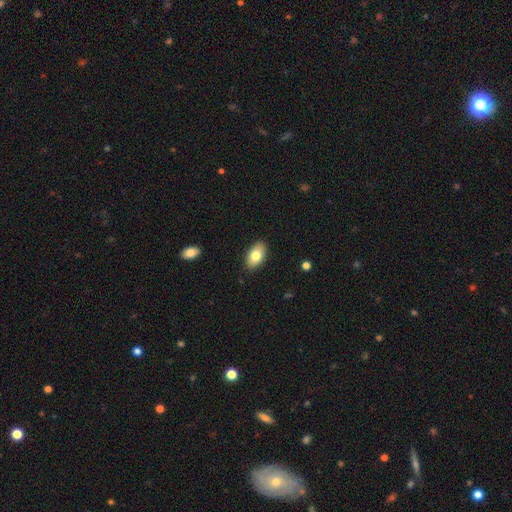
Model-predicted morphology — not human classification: Smooth or featured?
  - smooth: 78% *
  - featured or disk: 15%
  - star or artifact: 7%
How rounded?
  - in between: 93% *
  - round: 5%
  - cigar-shaped: 2%
Merging?
  - none: 88% *
  - minor disturbance: 9%
  - major disturbance: 2%
  - merger: 1%